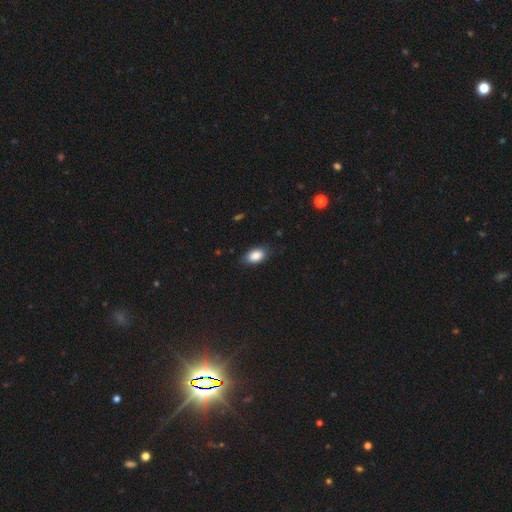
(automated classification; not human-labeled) Smooth or featured? Predicted: smooth (p=0.87). How rounded? Predicted: in between (p=0.91). Merging? Predicted: none (p=0.81).